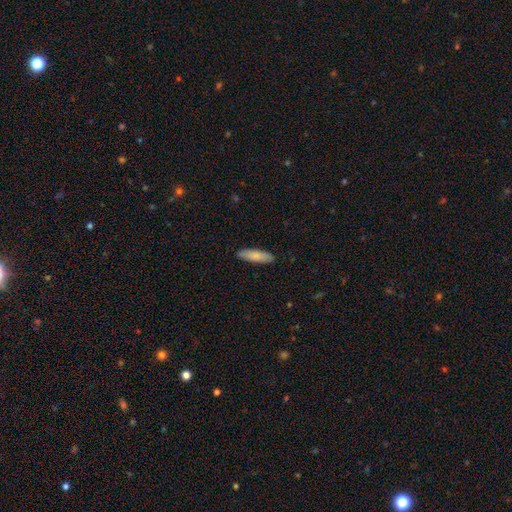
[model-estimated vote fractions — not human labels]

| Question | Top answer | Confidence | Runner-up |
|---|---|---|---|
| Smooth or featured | smooth | 84% | featured or disk (10%) |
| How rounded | cigar-shaped | 62% | in between (37%) |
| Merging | none | 90% | minor disturbance (8%) |